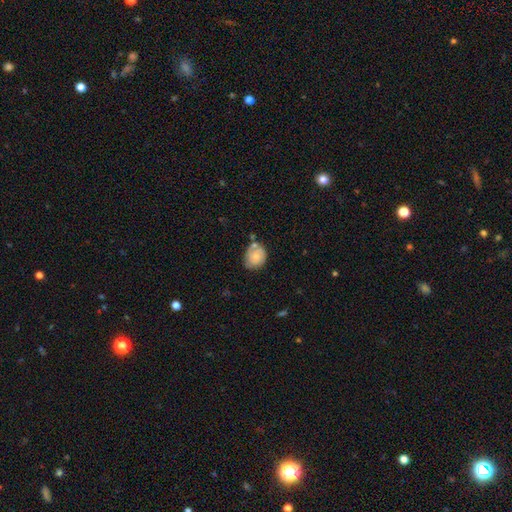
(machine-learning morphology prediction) The model was most divided on "how rounded": round: 62%, in between: 37%, cigar-shaped: 1%. More confident: smooth or featured — smooth (65%); merging — none (53%).